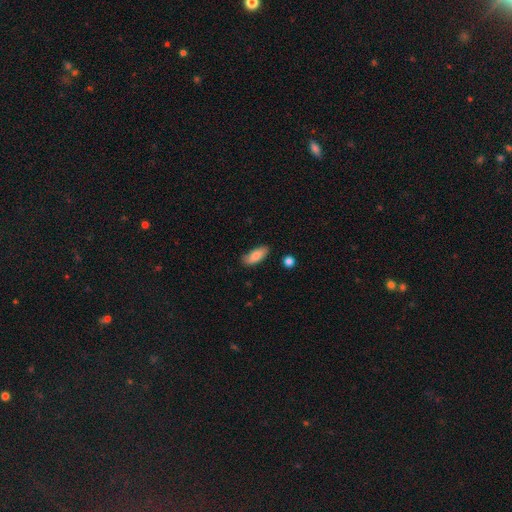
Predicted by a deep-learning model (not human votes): smooth 85%, featured or disk 8%, star or artifact 7%. Down the decision tree: how rounded — in between (78%); merging — none (77%).